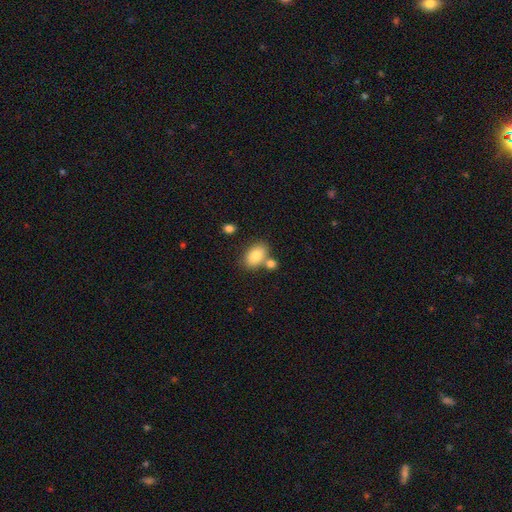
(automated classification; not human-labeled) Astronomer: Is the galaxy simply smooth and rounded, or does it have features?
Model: smooth — 81%.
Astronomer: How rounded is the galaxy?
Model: in between — 87%.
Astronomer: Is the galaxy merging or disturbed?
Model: none — 62%.